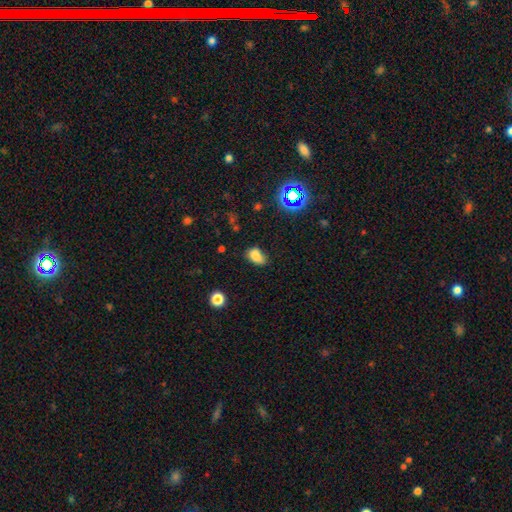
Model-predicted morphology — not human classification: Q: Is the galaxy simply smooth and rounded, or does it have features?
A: smooth — 79%.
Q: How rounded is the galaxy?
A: in between — 84%.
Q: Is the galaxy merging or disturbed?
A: none — 56%.